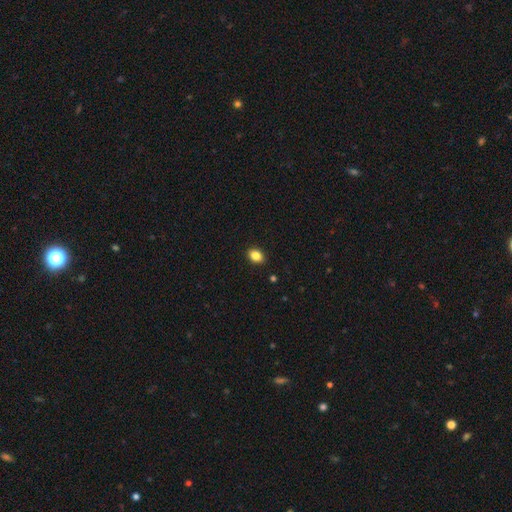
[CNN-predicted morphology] This appears to be a smooth galaxy with no disk features (85%) that is in between round and cigar-shaped (71%). Merging: none (89%).